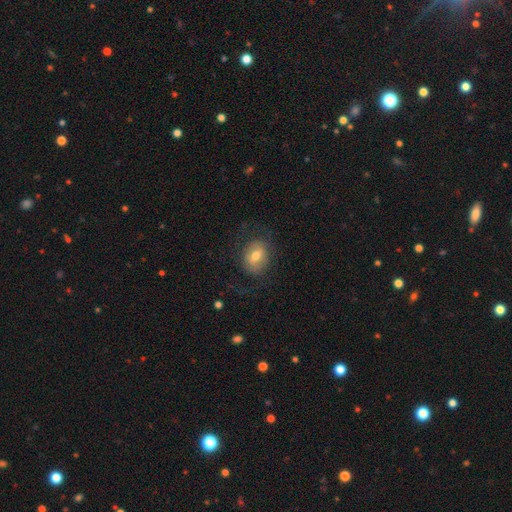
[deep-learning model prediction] Morphology: type=smooth (60%); roundness=in between (51%); merging=none (71%).